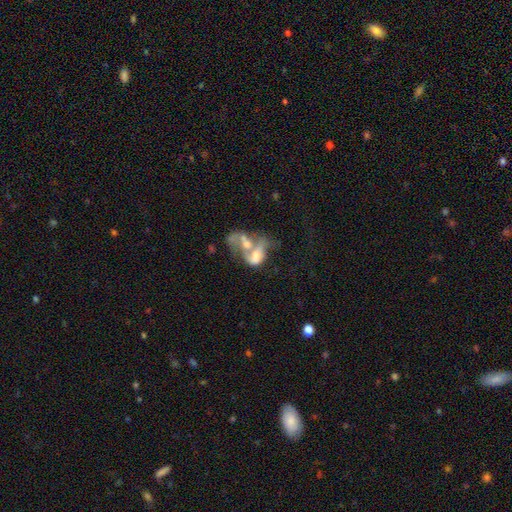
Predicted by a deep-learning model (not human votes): This appears to be a featured or disk galaxy (50%). Merging: merger (73%).